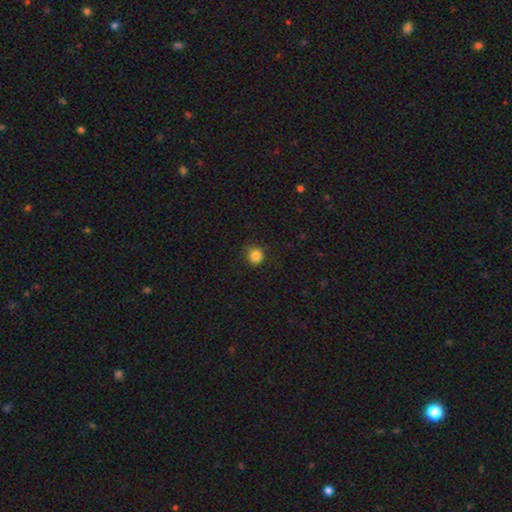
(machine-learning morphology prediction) type=smooth (85%); roundness=round (91%); merging=none (85%).